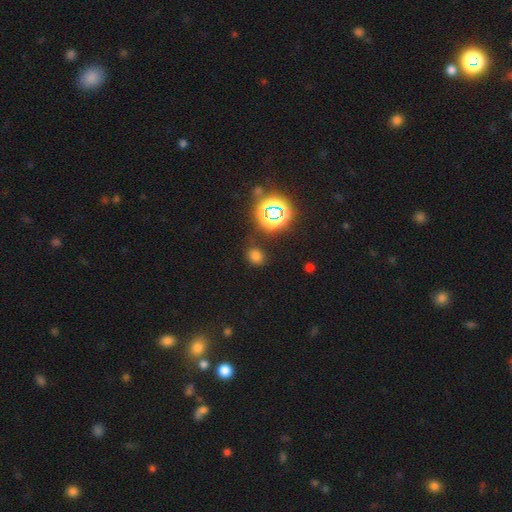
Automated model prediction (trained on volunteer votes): Overall: smooth (66%; star or artifact 28%). How rounded: round (61%; in between 38%). Merging: none (80%).